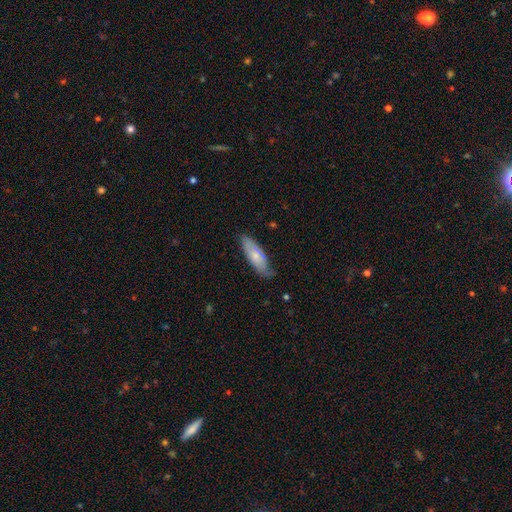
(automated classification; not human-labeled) The model was most divided on "smooth or featured": smooth: 57%, featured or disk: 37%, star or artifact: 6%. More confident: merging — none (66%); how rounded — in between (64%).